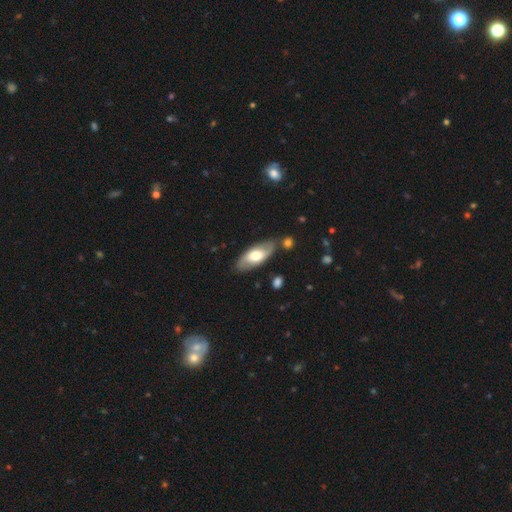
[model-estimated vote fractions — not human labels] The model was most divided on "smooth or featured": smooth: 53%, featured or disk: 42%, star or artifact: 5%. More confident: how rounded — in between (83%); merging — none (78%).